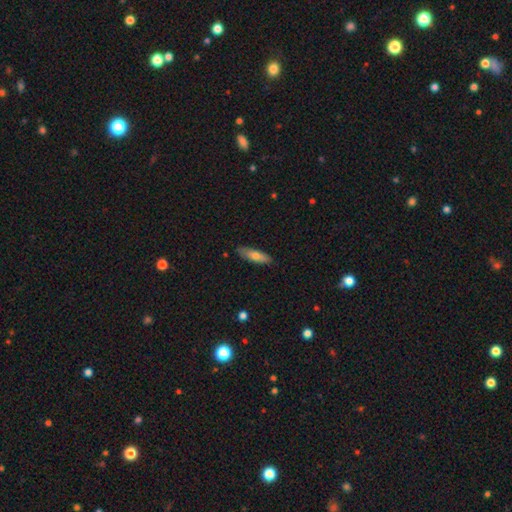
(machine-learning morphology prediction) smooth-or-featured: smooth: 70% | featured or disk: 24% | star or artifact: 6%
  how-rounded: cigar-shaped: 51% | in between: 47% | round: 2%
  merging: none: 85% | minor disturbance: 12% | major disturbance: 2% | merger: 1%